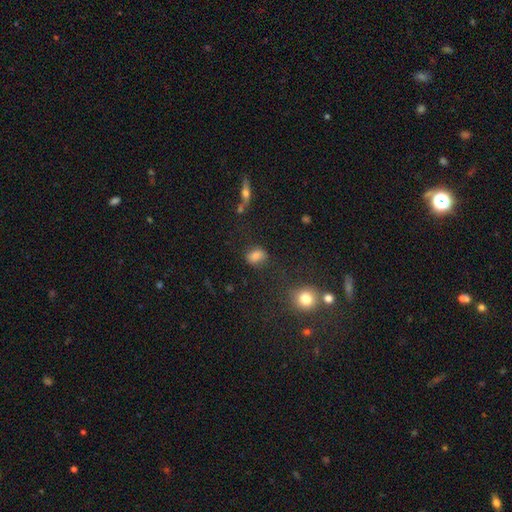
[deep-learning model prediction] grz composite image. It shows a smooth galaxy with no disk features (76%) that is in between round and cigar-shaped (63%). Merging: none (73%).